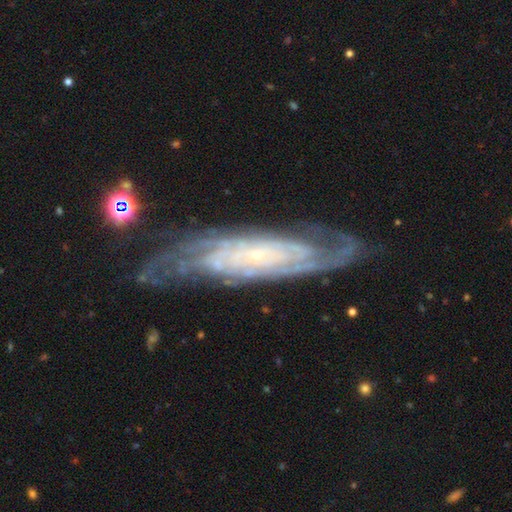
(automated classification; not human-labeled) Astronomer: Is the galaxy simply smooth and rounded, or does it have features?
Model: featured or disk — 86%.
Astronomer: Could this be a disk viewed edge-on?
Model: no — 84%.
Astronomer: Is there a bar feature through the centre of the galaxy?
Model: no — 71%.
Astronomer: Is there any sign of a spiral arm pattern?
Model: yes — 96%.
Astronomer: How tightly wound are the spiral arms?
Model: tight — 72%.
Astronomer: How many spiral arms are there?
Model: can't tell — 41% (runner-up: 2, 22%).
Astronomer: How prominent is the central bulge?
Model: small — 84%.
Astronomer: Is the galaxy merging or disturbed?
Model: none — 73%.